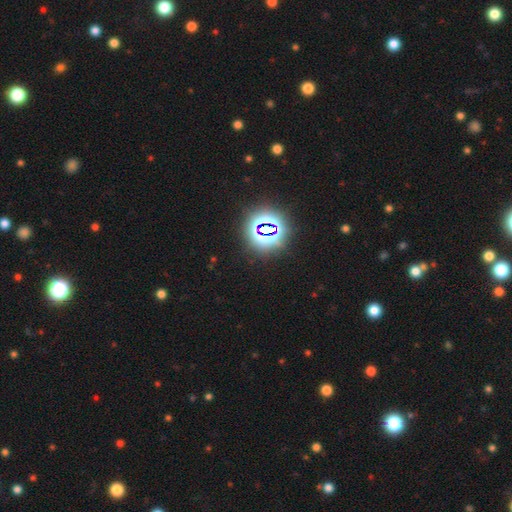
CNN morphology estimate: This is clearly a star or artifact rather than a galaxy (81%).